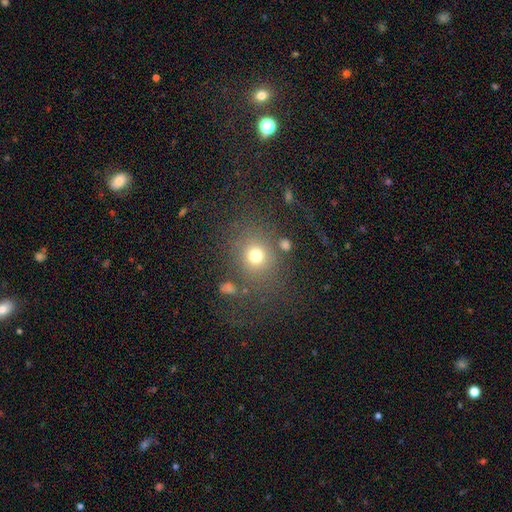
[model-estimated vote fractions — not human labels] The model was most divided on "how rounded": round: 75%, in between: 24%, cigar-shaped: 1%. More confident: merging — none (74%); smooth or featured — smooth (72%).